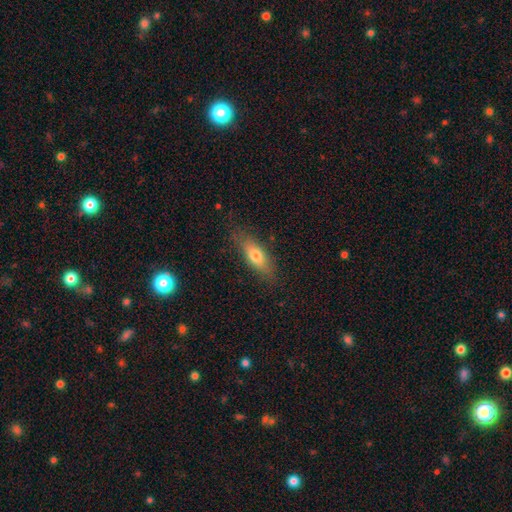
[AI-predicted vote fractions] Smooth or featured?
  - smooth: 71% *
  - featured or disk: 22%
  - star or artifact: 7%
How rounded?
  - in between: 64% *
  - cigar-shaped: 32%
  - round: 3%
Merging?
  - none: 79% *
  - minor disturbance: 16%
  - major disturbance: 4%
  - merger: 1%